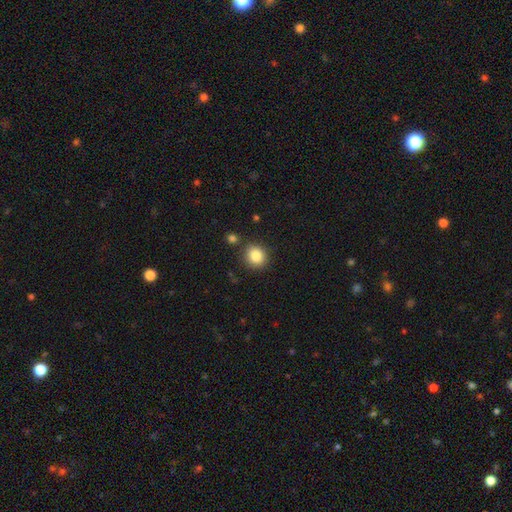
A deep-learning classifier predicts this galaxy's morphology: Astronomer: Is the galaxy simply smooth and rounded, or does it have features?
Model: smooth — 85%.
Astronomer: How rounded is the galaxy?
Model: round — 83%.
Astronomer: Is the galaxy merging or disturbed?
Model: none — 85%.